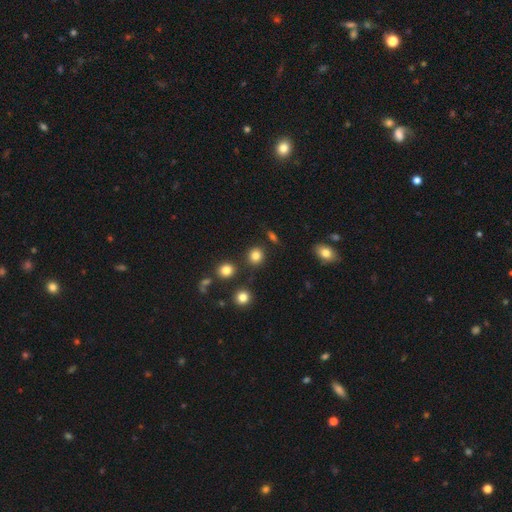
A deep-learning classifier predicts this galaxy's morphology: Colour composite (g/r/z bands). It shows a smooth galaxy with no disk features (83%) that is round (86%). Merging: none (85%).